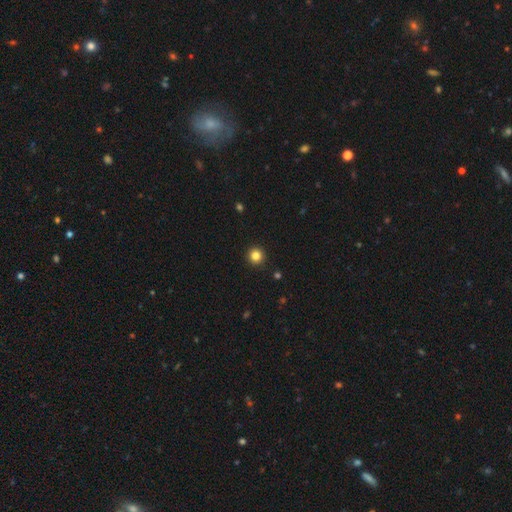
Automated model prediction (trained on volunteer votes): smooth 83%, star or artifact 12%, featured or disk 5%. Down the decision tree: how rounded — round (95%); merging — none (93%).